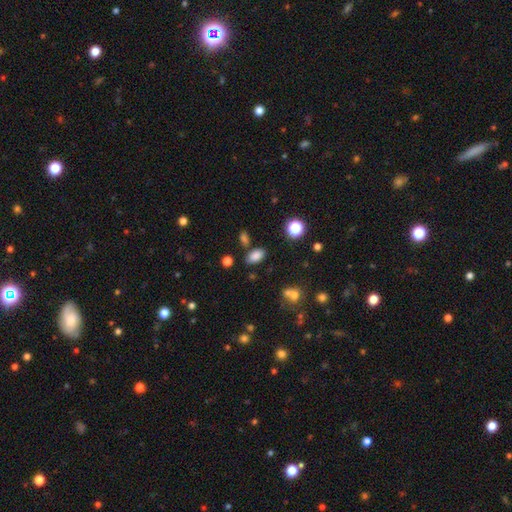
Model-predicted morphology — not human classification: Smooth or featured? Predicted: smooth (p=0.82). How rounded? Predicted: in between (p=0.91). Merging? Predicted: none (p=0.78).